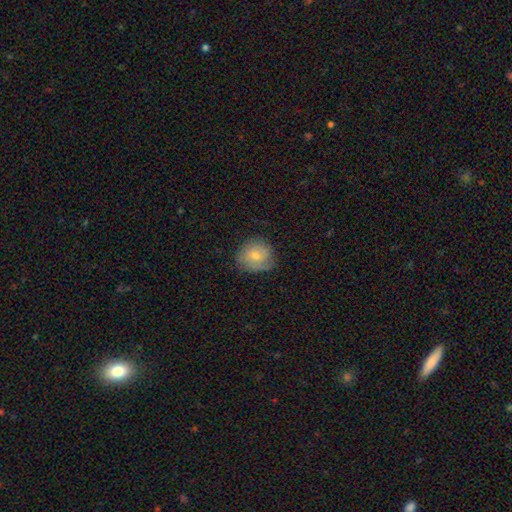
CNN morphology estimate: A smooth galaxy with no disk features (64%) that is round (82%). Merging: none (71%).